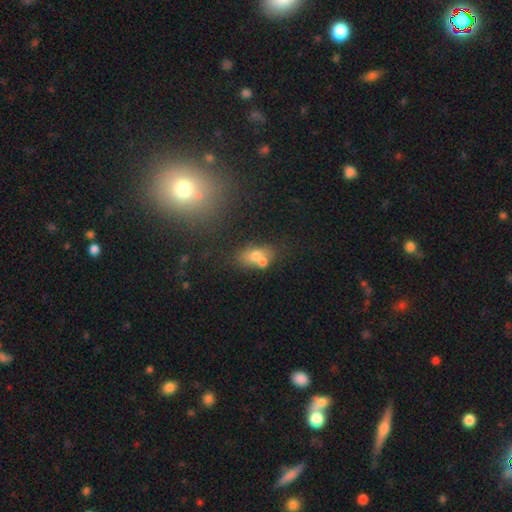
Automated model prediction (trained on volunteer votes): Q: Smooth or featured?
A: smooth (63%); runner-up: featured or disk (22%)
Q: How rounded?
A: in between (73%); runner-up: round (23%)
Q: Merging?
A: merger (45%); runner-up: none (39%)